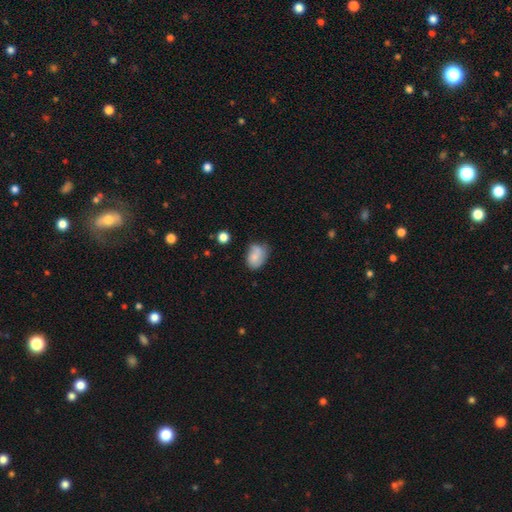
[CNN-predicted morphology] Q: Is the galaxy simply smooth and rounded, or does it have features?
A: smooth — 74%.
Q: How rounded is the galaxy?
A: in between — 78%.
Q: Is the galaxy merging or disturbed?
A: none — 49%.